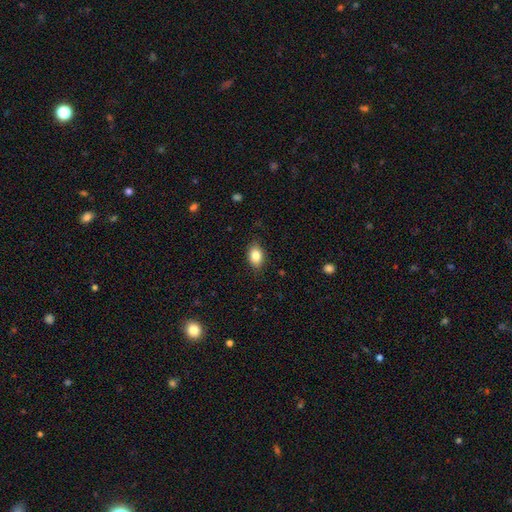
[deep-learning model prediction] A smooth galaxy with no disk features (85%) that is in between round and cigar-shaped (82%).

Vote fractions:
- Smooth or featured? smooth: 85% / star or artifact: 8% / featured or disk: 7%
- How rounded? in between: 82% / round: 16% / cigar-shaped: 1%
- Merging? none: 85% / minor disturbance: 11% / major disturbance: 3% / merger: 1%